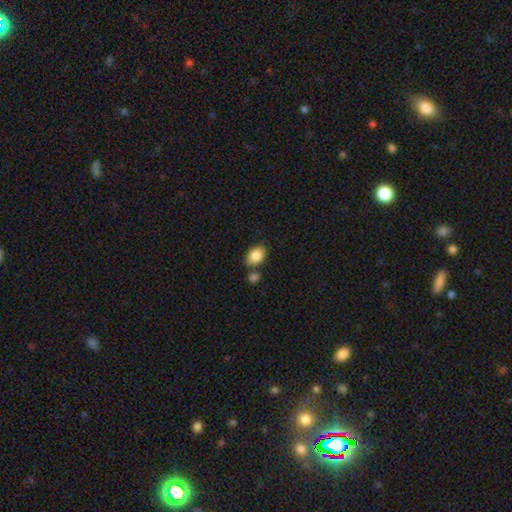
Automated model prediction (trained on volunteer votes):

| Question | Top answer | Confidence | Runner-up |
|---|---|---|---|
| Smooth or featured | smooth | 86% | star or artifact (7%) |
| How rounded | in between | 78% | round (21%) |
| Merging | none | 72% | minor disturbance (13%) |